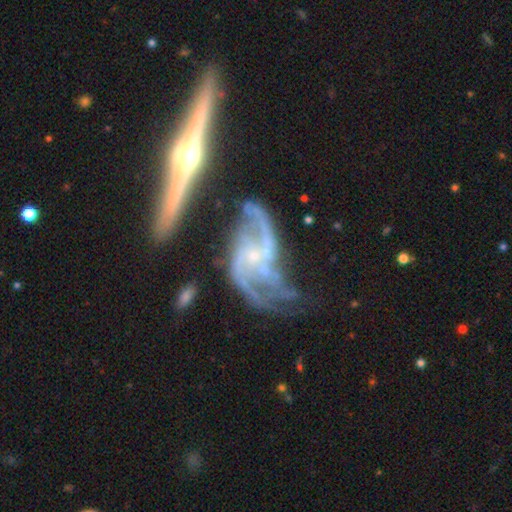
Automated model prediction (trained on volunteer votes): Morphology: type=featured or disk (89%); edge-on=no (94%); bar=no (60%); spiral arms=yes (94%); winding=loose (50%); arm count=2 (46%); bulge=small (74%); merging=none (37%).